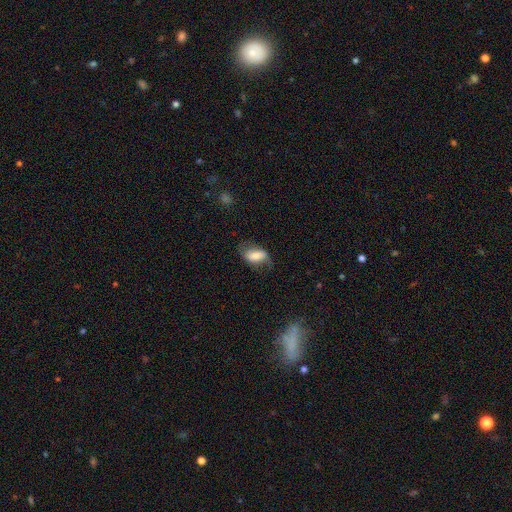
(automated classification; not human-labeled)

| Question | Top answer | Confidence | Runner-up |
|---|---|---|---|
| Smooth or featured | smooth | 60% | featured or disk (33%) |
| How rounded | in between | 89% | round (7%) |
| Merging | none | 56% | minor disturbance (27%) |